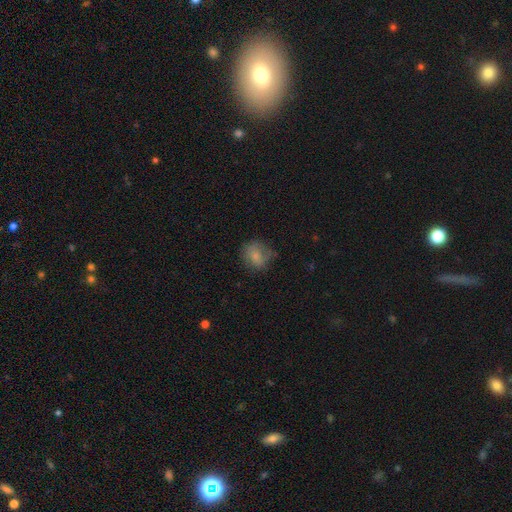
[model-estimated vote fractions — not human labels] smooth_or_featured: smooth (p=0.74) [alt: featured or disk p=0.18]
how_rounded: round (p=0.68) [alt: in between p=0.31]
merging: none (p=0.62) [alt: minor disturbance p=0.26]